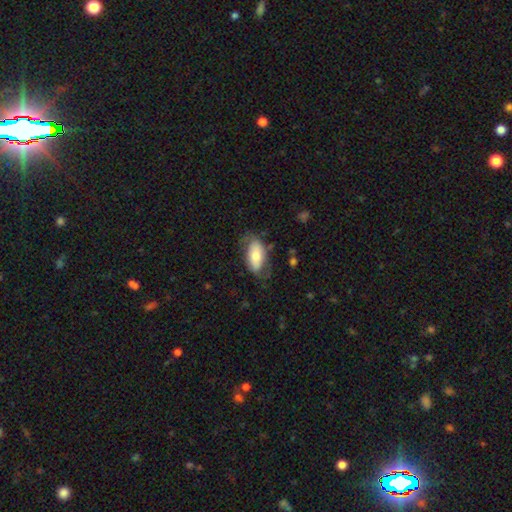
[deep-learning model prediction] Smooth or featured? smooth (60%)
How rounded? in between (91%)
Merging? none (59%)